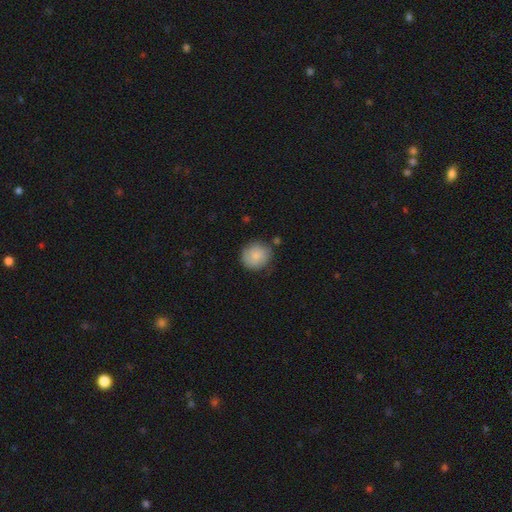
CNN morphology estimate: smooth-or-featured: smooth: 85% | featured or disk: 8% | star or artifact: 7%
  how-rounded: round: 88% | in between: 11% | cigar-shaped: 1%
  merging: none: 78% | minor disturbance: 15% | major disturbance: 4% | merger: 3%